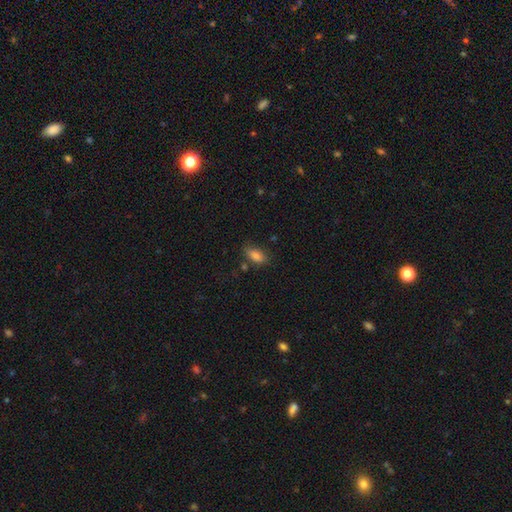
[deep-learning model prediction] Morphology: type=smooth (83%); roundness=in between (85%); merging=none (72%).